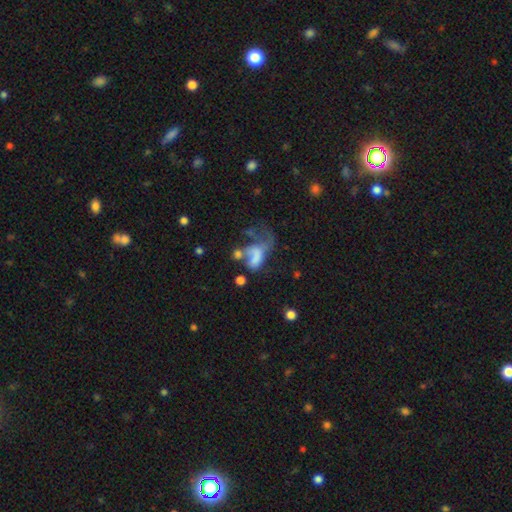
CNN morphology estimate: Smooth or featured? Predicted: smooth (p=0.51). How rounded? Predicted: in between (p=0.83). Merging? Predicted: major disturbance (p=0.47).